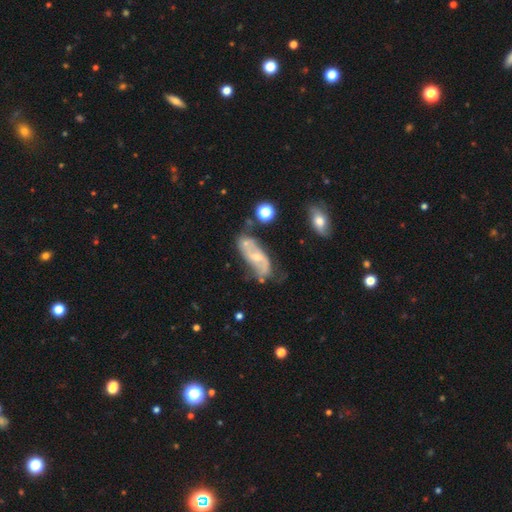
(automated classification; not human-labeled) A featured or disk galaxy (73%) with no bar (51%), 2 (78%) loose (42%) spiral arms (86%) and a small central bulge (61%).

Vote fractions:
- Smooth or featured? featured or disk: 73% / smooth: 19% / star or artifact: 8%
- Edge-on disk? no: 91% / yes: 9%
- Bar? no: 51% / weak: 37% / strong: 12%
- Spiral arms? yes: 86% / no: 14%
- Spiral winding? loose: 42% / medium: 39% / tight: 19%
- Spiral arm count? 2: 78% / can't tell: 14% / 3: 3% / 1: 3% / 4: 1% / more than 4: 1%
- Bulge size? small: 61% / moderate: 31% / none: 5% / large: 2% / dominant: 1%
- Merging? none: 53% / minor disturbance: 25% / major disturbance: 11% / merger: 11%